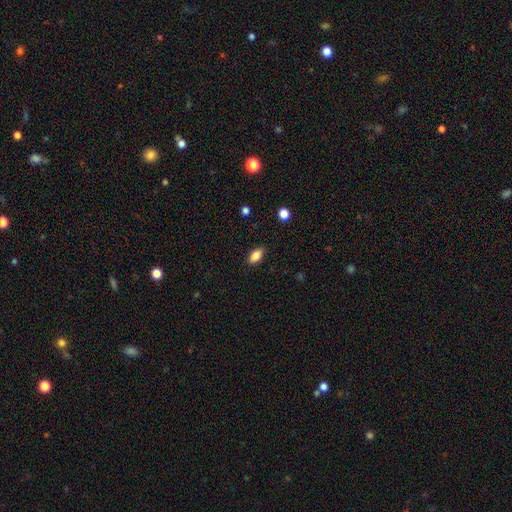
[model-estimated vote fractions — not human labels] smooth 84%, star or artifact 8%, featured or disk 8%. Down the decision tree: how rounded — in between (90%); merging — none (87%).